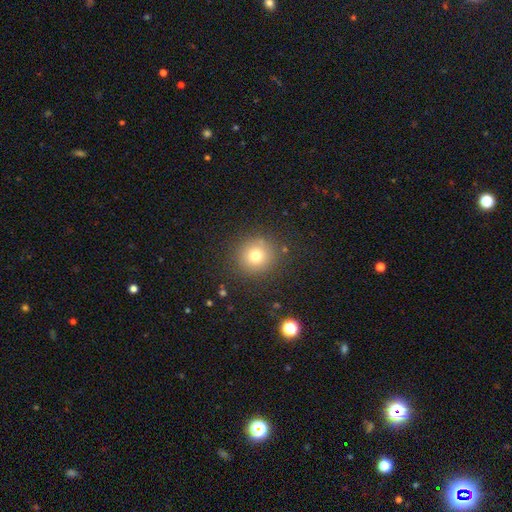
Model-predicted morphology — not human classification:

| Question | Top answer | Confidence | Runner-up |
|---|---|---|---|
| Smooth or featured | smooth | 74% | star or artifact (16%) |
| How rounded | round | 93% | in between (6%) |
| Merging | none | 87% | minor disturbance (8%) |